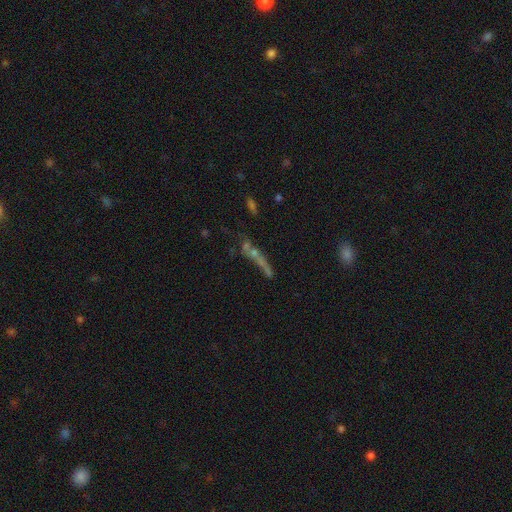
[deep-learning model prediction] Smooth or featured? Predicted: featured or disk (p=0.41). Merging? Predicted: none (p=0.44).